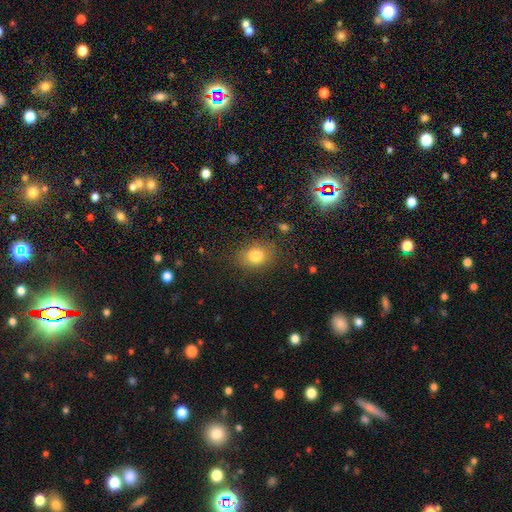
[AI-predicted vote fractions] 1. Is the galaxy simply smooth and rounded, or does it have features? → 80% smooth, 11% star or artifact, 9% featured or disk.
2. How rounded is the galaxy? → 60% in between, 39% round, 1% cigar-shaped.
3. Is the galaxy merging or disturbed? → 81% none, 13% minor disturbance, 4% major disturbance, 2% merger.